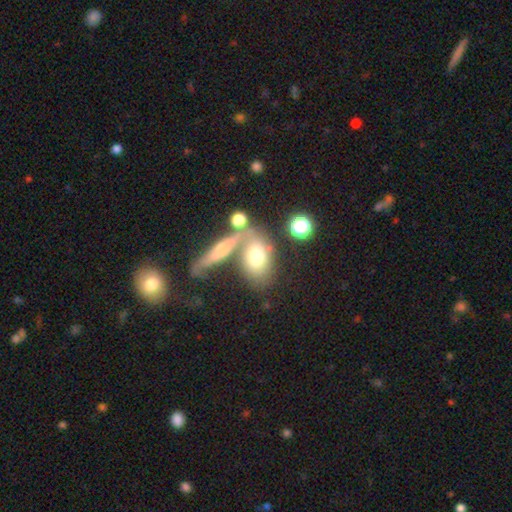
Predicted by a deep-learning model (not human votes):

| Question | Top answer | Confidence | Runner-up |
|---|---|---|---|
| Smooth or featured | smooth | 62% | featured or disk (29%) |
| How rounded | in between | 74% | round (18%) |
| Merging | none | 40% | merger (37%) |